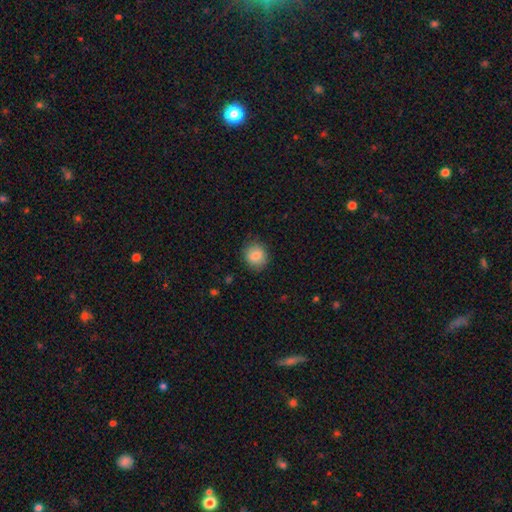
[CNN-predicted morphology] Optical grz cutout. It shows a smooth galaxy with no disk features (85%) that is round (82%). Merging: none (87%).